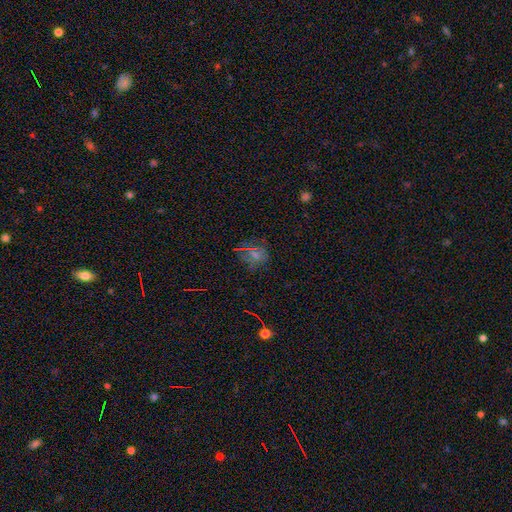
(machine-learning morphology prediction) type=smooth (43%); merging=none (76%).